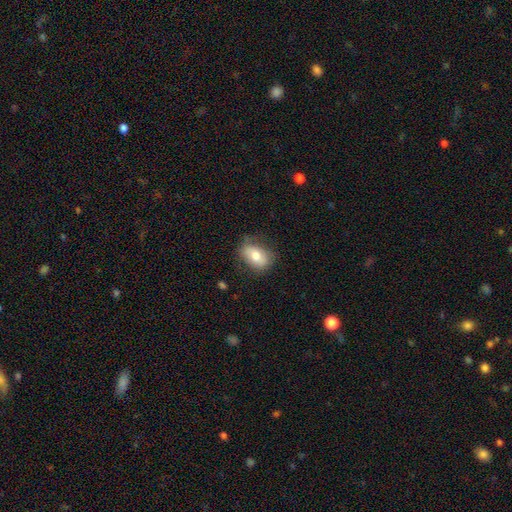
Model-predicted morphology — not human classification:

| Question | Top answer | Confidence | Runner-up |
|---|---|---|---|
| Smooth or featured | smooth | 74% | featured or disk (19%) |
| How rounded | in between | 84% | round (13%) |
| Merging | none | 69% | minor disturbance (23%) |